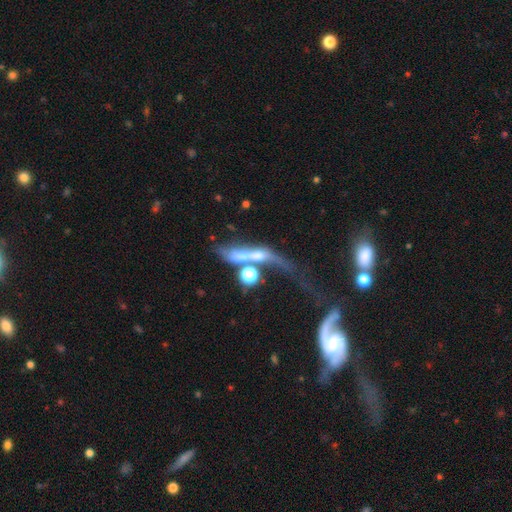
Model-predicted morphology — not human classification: This is possibly a featured or disk galaxy (52%). It is likely not viewed edge-on (65%). Merging: possibly merger (48%).